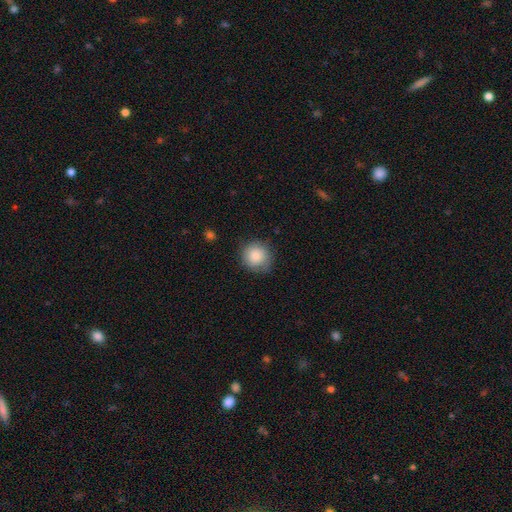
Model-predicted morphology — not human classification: smooth-or-featured: smooth: 87% | star or artifact: 7% | featured or disk: 6%
  how-rounded: round: 89% | in between: 10% | cigar-shaped: 1%
  merging: none: 77% | minor disturbance: 18% | major disturbance: 4% | merger: 1%